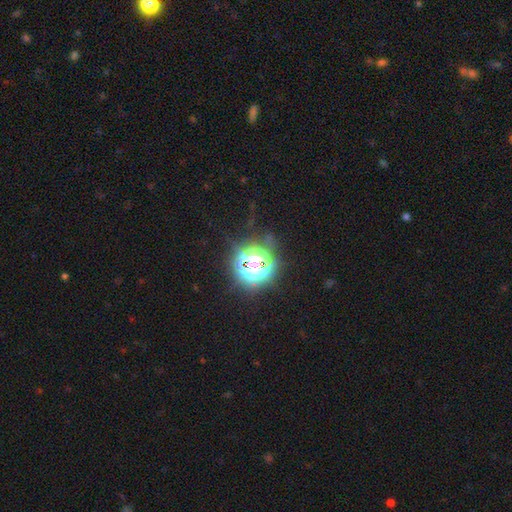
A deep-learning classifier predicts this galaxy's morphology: star or artifact 80%, smooth 13%, featured or disk 7%.